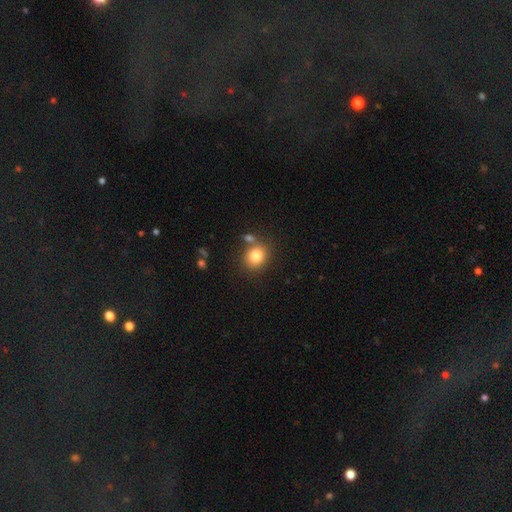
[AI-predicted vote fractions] Q: Smooth or featured?
A: smooth (82%); runner-up: star or artifact (10%)
Q: How rounded?
A: round (69%); runner-up: in between (30%)
Q: Merging?
A: none (72%); runner-up: merger (14%)